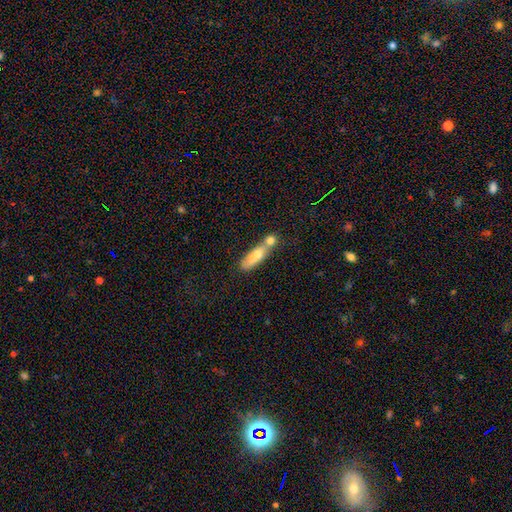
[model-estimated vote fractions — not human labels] smooth-or-featured: smooth: 61% | featured or disk: 30% | star or artifact: 9%
  how-rounded: cigar-shaped: 53% | in between: 41% | round: 6%
  merging: merger: 53% | none: 30% | minor disturbance: 11% | major disturbance: 6%